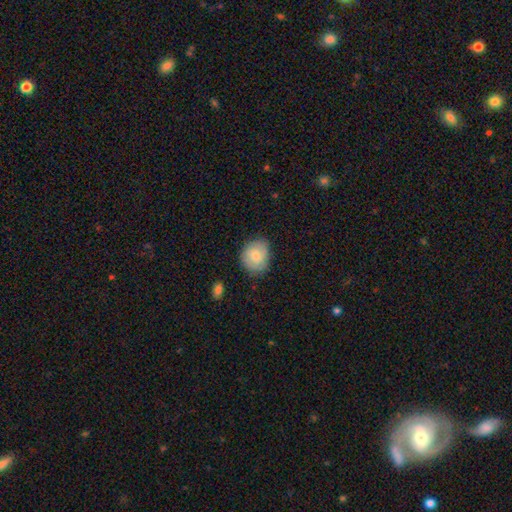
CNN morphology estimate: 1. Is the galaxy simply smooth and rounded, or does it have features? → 78% smooth, 15% featured or disk, 7% star or artifact.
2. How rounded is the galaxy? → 72% round, 27% in between, 1% cigar-shaped.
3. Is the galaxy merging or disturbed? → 76% none, 19% minor disturbance, 4% major disturbance, 1% merger.